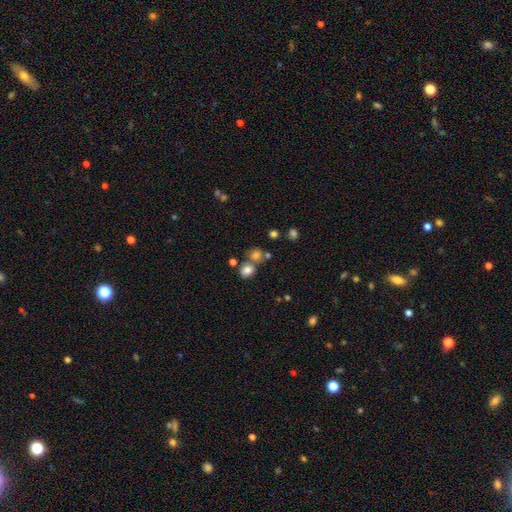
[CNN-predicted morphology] smooth-or-featured: smooth: 74% | star or artifact: 18% | featured or disk: 9%
  how-rounded: round: 81% | in between: 18% | cigar-shaped: 1%
  merging: none: 58% | merger: 29% | minor disturbance: 9% | major disturbance: 4%